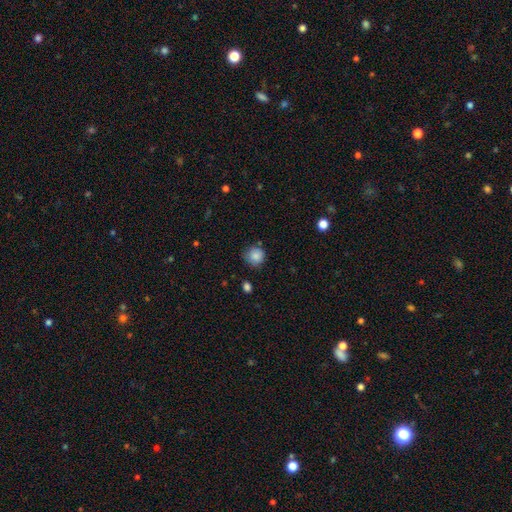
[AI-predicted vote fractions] Smooth or featured? smooth (86%)
How rounded? round (91%)
Merging? none (76%)